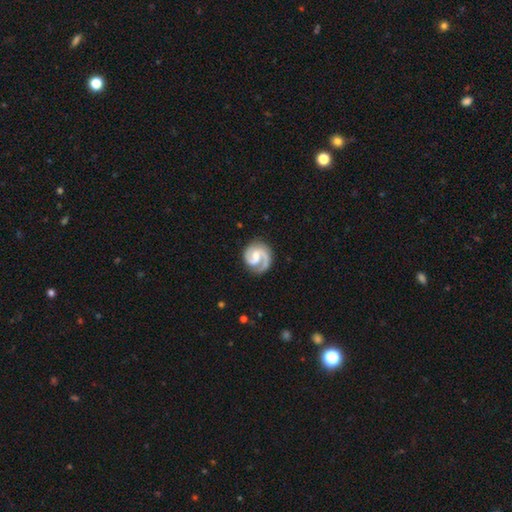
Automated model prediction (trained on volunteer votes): Overall: featured or disk (90%). Edge-on disk: no (98%). Bar: weak (52%; no 31%). Spiral arms: yes (98%). Spiral arm count: 2 (82%). Spiral winding: medium (49%; tight 40%). Bulge size: moderate (47%; small 37%). Merging: none (81%).